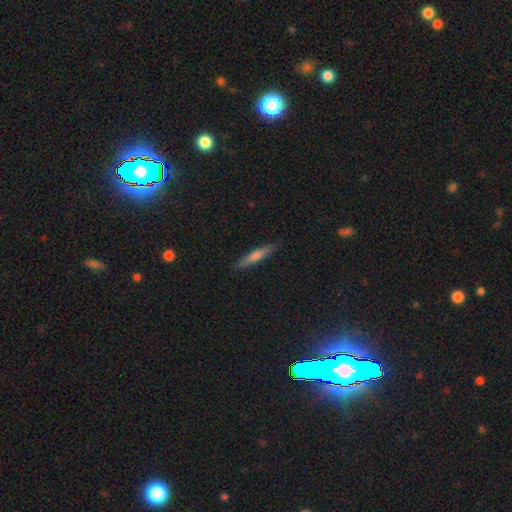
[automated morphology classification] This is possibly a featured or disk galaxy (46%). Merging: clearly none (90%).